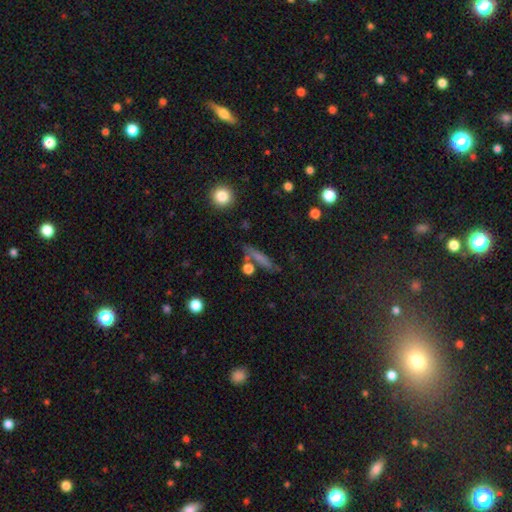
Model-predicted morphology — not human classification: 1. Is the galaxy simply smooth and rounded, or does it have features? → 55% smooth, 29% featured or disk, 16% star or artifact.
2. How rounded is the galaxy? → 78% cigar-shaped, 13% in between, 9% round.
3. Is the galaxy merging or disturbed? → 76% none, 12% minor disturbance, 7% merger, 4% major disturbance.